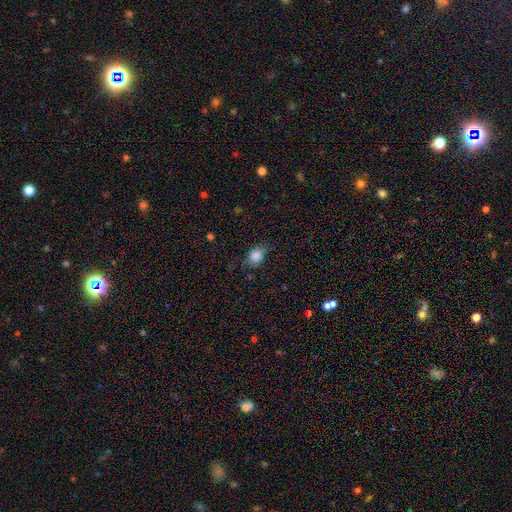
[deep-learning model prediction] smooth-or-featured: smooth: 82% | star or artifact: 10% | featured or disk: 8%
  how-rounded: in between: 61% | round: 37% | cigar-shaped: 2%
  merging: none: 67% | minor disturbance: 24% | major disturbance: 8% | merger: 1%